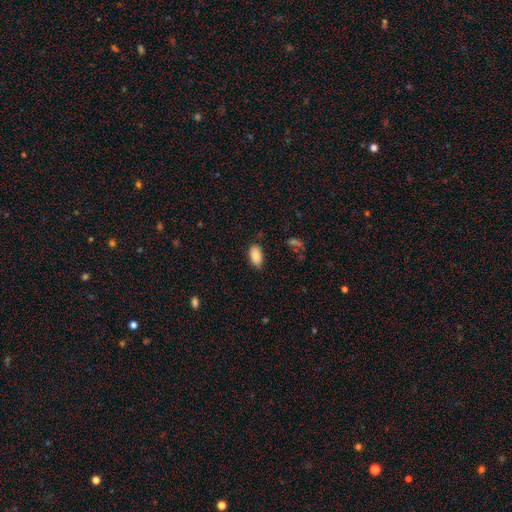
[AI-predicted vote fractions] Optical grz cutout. It shows a smooth galaxy with no disk features (88%) that is in between round and cigar-shaped (93%). Merging: none (82%).